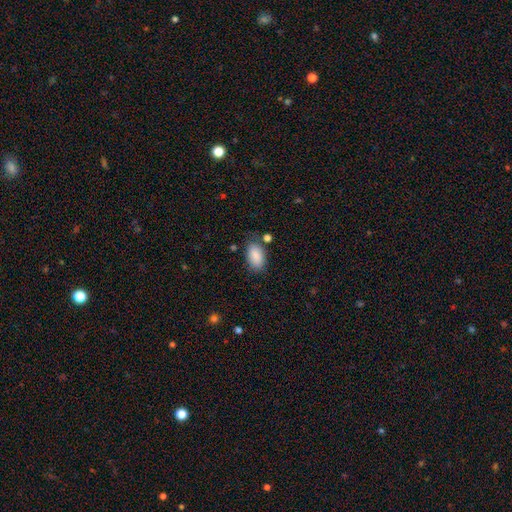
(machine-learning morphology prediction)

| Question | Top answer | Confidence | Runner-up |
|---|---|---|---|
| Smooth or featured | smooth | 87% | star or artifact (7%) |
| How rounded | in between | 93% | round (5%) |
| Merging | none | 71% | minor disturbance (19%) |